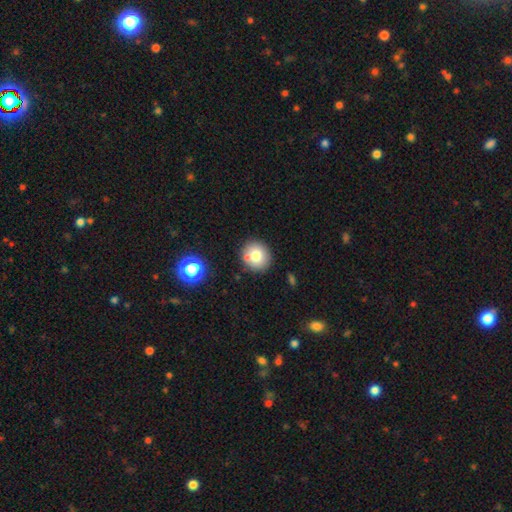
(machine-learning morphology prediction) type=smooth (75%); roundness=round (86%); merging=none (77%).